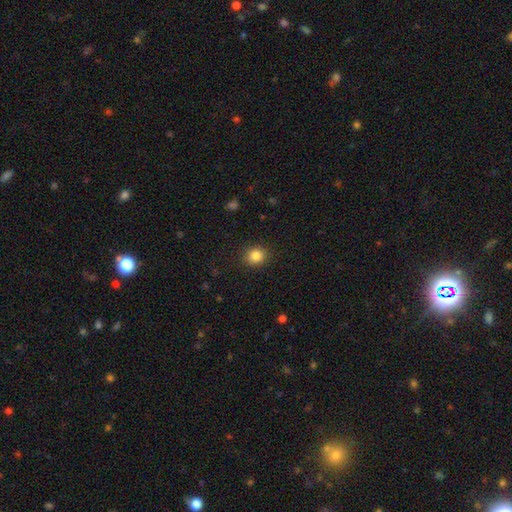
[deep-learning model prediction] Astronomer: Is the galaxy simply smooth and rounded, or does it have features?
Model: smooth — 85%.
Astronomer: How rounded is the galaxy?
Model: round — 76%.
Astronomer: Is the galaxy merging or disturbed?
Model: none — 89%.